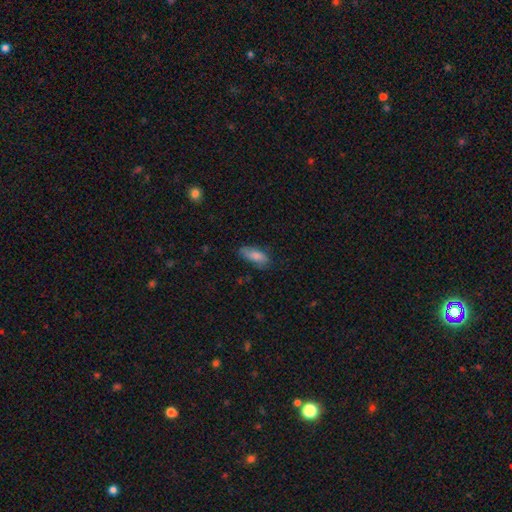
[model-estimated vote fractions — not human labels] Morphology: type=smooth (80%); roundness=in between (76%); merging=none (65%).